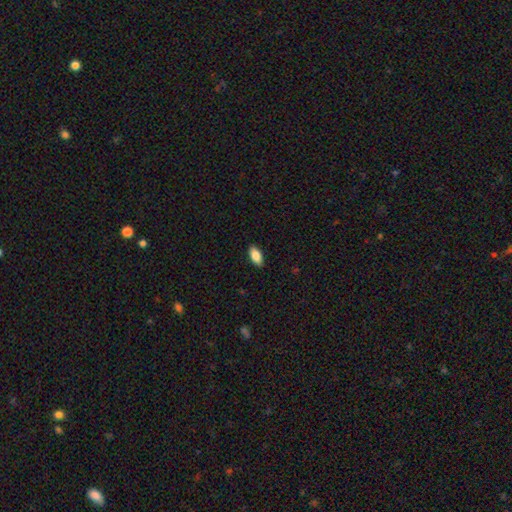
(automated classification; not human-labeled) The model was most divided on "smooth or featured": smooth: 87%, star or artifact: 7%, featured or disk: 7%. More confident: how rounded — in between (91%); merging — none (89%).